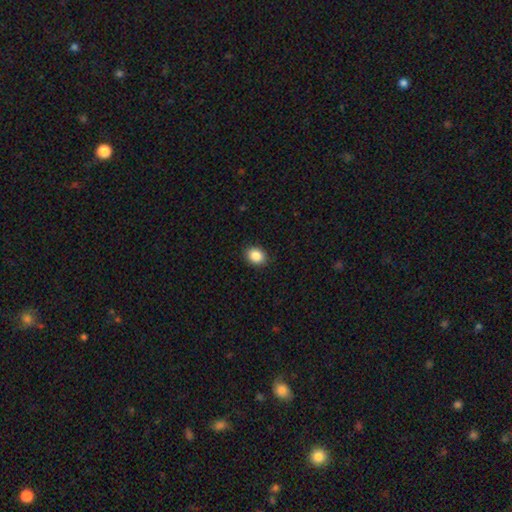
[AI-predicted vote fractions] This is clearly a smooth galaxy (87%). How rounded: possibly in between (57%). Merging: clearly none (90%).